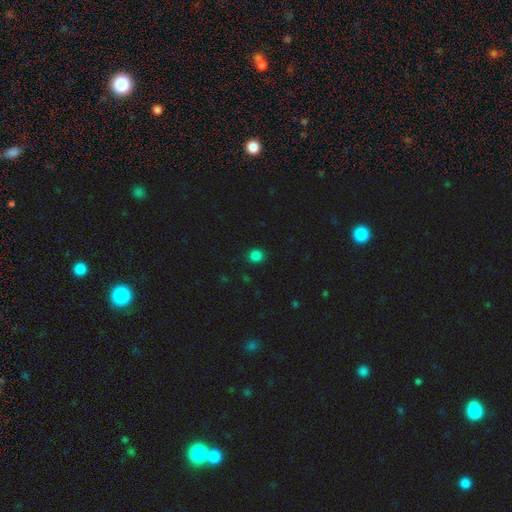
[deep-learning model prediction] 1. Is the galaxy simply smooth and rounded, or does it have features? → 84% smooth, 13% star or artifact, 3% featured or disk.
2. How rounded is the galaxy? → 87% round, 12% in between, 1% cigar-shaped.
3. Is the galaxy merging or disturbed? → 89% none, 8% minor disturbance, 2% major disturbance, 1% merger.